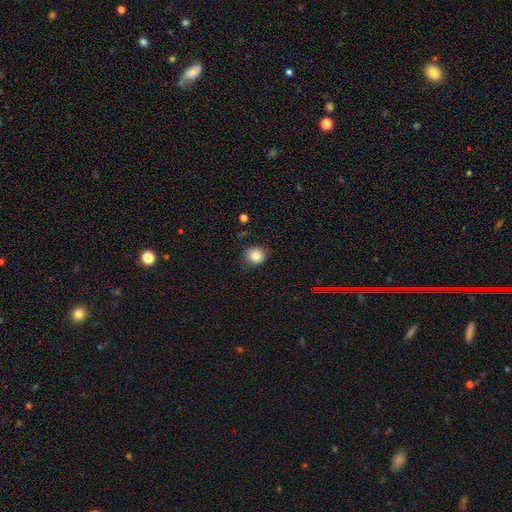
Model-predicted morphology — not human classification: Smooth or featured: smooth — 82% (star or artifact — 11%)
How rounded: round — 87% (in between — 12%)
Merging: none — 83% (minor disturbance — 12%)